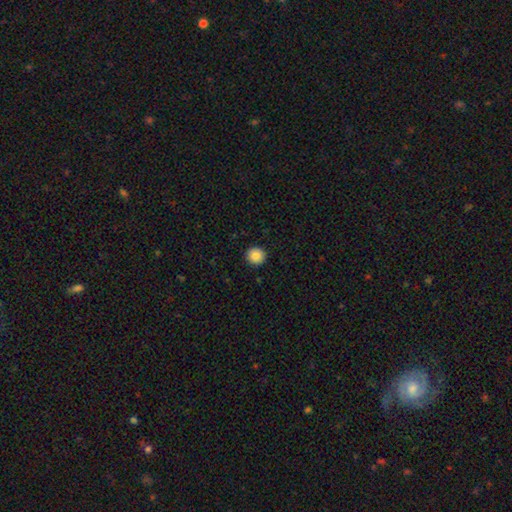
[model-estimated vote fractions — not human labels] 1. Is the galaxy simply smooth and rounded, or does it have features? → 86% smooth, 9% star or artifact, 5% featured or disk.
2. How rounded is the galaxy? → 94% round, 5% in between, 1% cigar-shaped.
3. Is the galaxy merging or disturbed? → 92% none, 5% minor disturbance, 2% major disturbance, 1% merger.